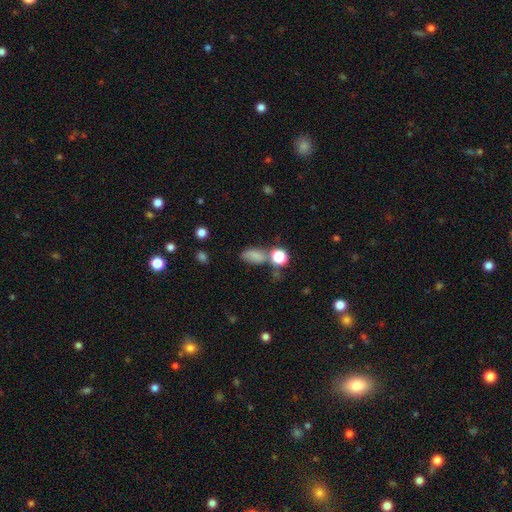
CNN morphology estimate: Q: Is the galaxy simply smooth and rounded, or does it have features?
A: smooth — 73%.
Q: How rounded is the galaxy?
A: in between — 81%.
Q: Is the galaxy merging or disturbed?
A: none — 52%.